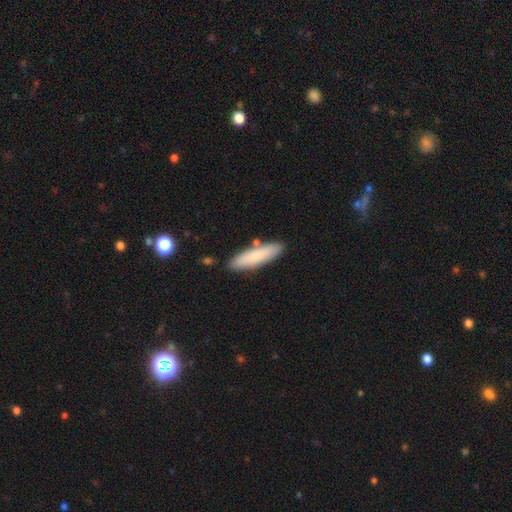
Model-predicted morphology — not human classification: smooth_or_featured: smooth (p=0.79) [alt: featured or disk p=0.15]
how_rounded: cigar-shaped (p=0.69) [alt: in between p=0.29]
merging: none (p=0.83) [alt: minor disturbance p=0.11]